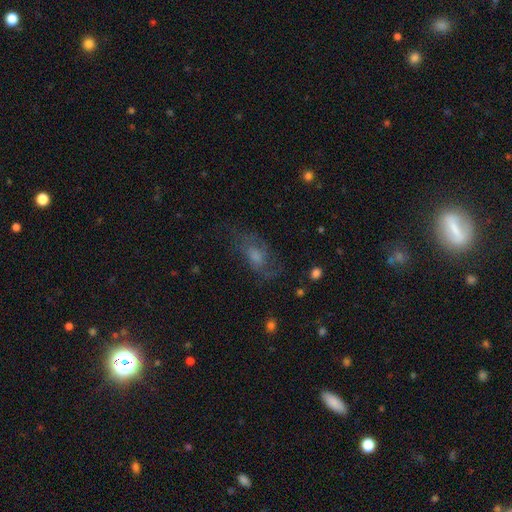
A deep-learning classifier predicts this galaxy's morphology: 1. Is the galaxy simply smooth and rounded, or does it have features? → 48% featured or disk, 33% smooth, 18% star or artifact.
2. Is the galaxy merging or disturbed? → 62% none, 20% minor disturbance, 16% major disturbance, 2% merger.